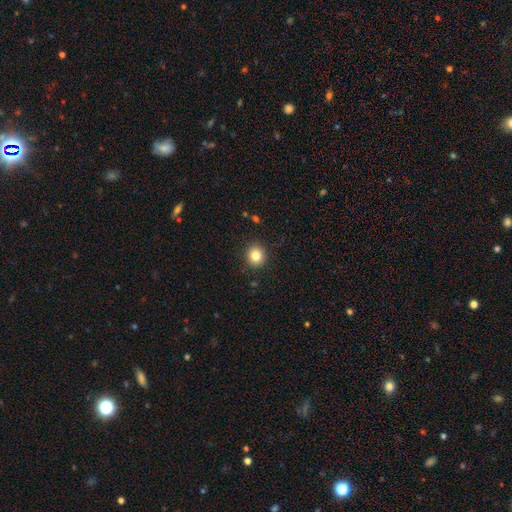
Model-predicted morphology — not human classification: This is clearly a smooth galaxy (83%). How rounded: clearly round (86%). Merging: clearly none (91%).